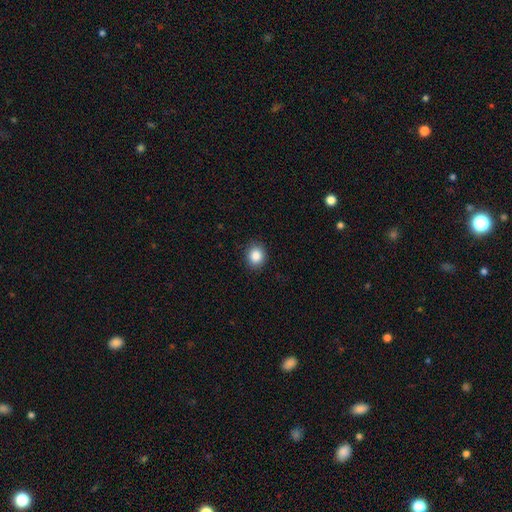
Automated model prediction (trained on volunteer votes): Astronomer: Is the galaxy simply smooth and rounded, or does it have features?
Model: smooth — 87%.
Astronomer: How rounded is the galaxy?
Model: round — 71%.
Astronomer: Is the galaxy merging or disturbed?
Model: none — 89%.